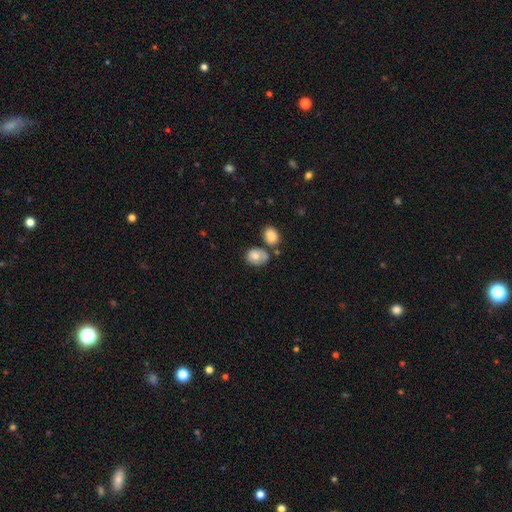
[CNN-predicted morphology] smooth-or-featured: smooth: 76% | featured or disk: 16% | star or artifact: 8%
  how-rounded: in between: 57% | round: 42% | cigar-shaped: 1%
  merging: none: 51% | minor disturbance: 21% | merger: 21% | major disturbance: 7%